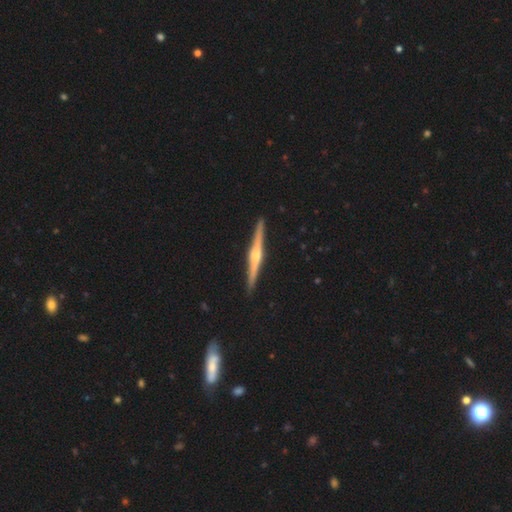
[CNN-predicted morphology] This is likely a featured or disk galaxy (79%). It is clearly viewed edge-on (99%). Edge-on bulge: clearly rounded (81%). Merging: clearly none (92%).